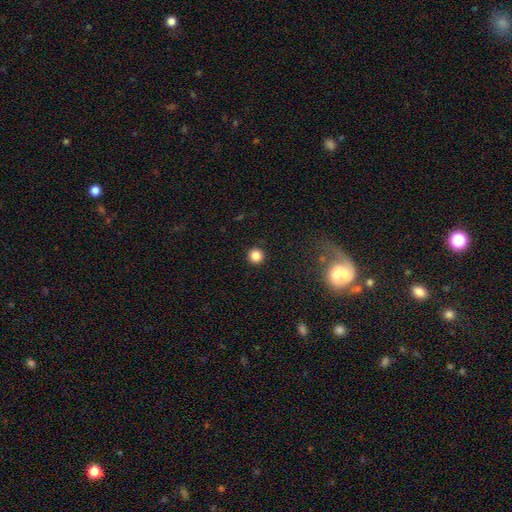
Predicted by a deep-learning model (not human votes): Smooth or featured?
  - smooth: 84% *
  - star or artifact: 12%
  - featured or disk: 4%
How rounded?
  - round: 96% *
  - in between: 3%
  - cigar-shaped: 1%
Merging?
  - none: 93% *
  - minor disturbance: 5%
  - major disturbance: 2%
  - merger: 1%